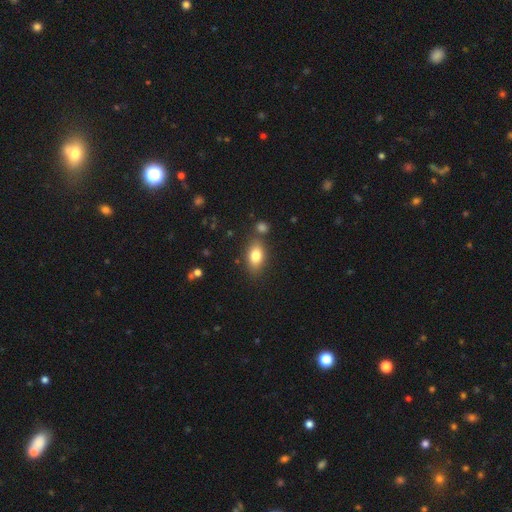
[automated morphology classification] Overall: smooth (80%). How rounded: in between (86%). Merging: none (75%).